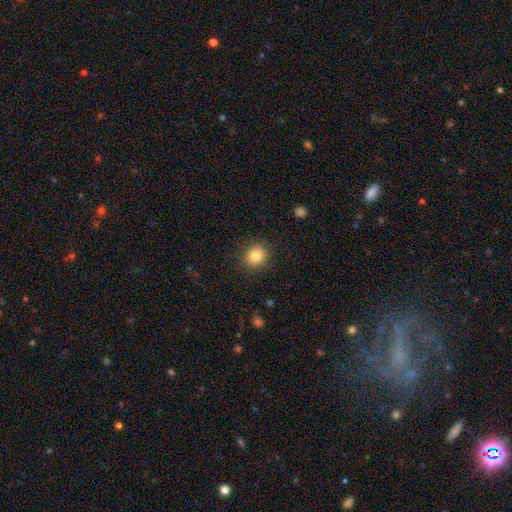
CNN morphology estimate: type=smooth (84%); roundness=round (81%); merging=none (89%).